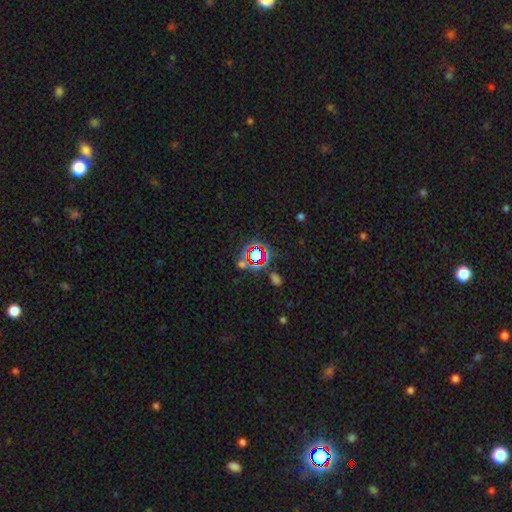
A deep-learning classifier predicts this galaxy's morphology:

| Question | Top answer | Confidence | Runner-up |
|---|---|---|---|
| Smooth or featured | star or artifact | 68% | smooth (21%) |